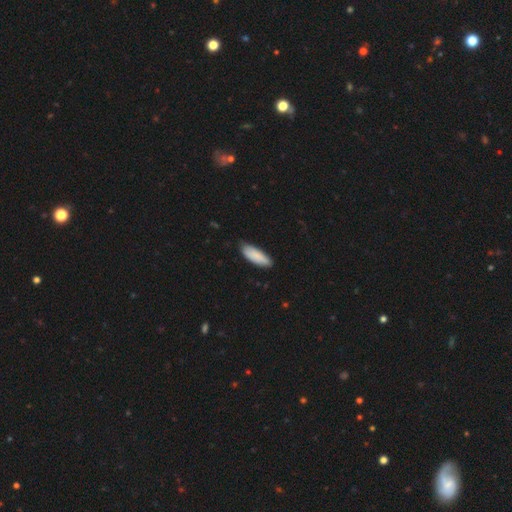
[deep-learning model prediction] This is clearly a smooth galaxy (87%). How rounded: likely in between (65%). Merging: likely none (80%).